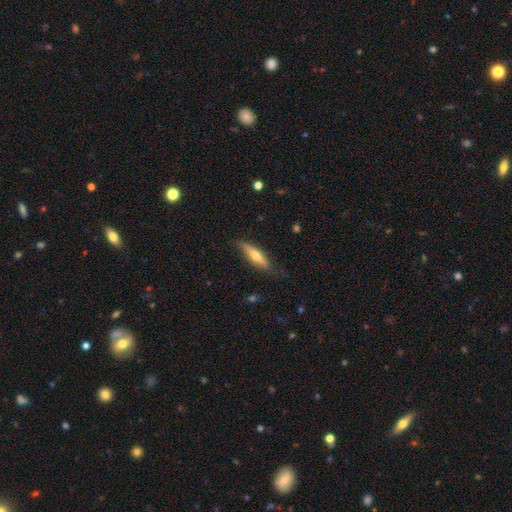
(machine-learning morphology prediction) A smooth galaxy with no disk features (50%).

Vote fractions:
- Smooth or featured? smooth: 50% / featured or disk: 45% / star or artifact: 6%
- Merging? none: 76% / minor disturbance: 19% / major disturbance: 4% / merger: 1%